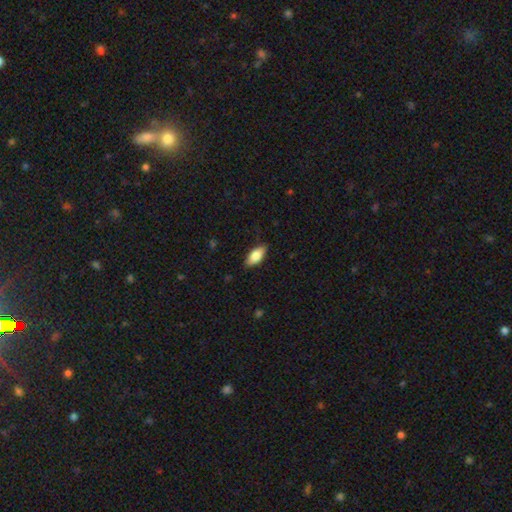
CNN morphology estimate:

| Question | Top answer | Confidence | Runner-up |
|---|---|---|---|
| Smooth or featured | smooth | 80% | featured or disk (14%) |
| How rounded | in between | 87% | cigar-shaped (11%) |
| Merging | none | 86% | minor disturbance (11%) |